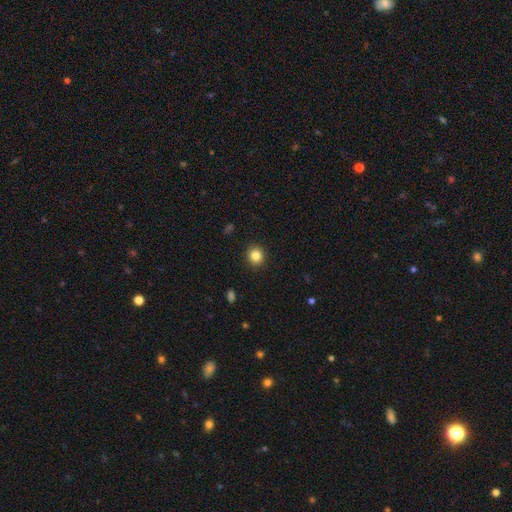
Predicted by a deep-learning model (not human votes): Overall: smooth (84%). How rounded: round (89%). Merging: none (91%).